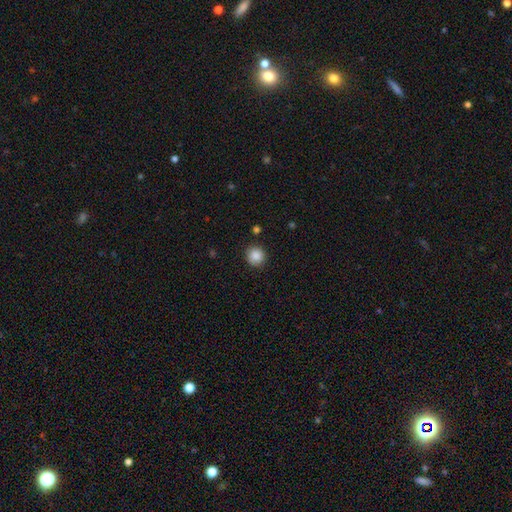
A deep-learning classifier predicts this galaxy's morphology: Smooth or featured? smooth (88%)
How rounded? round (93%)
Merging? none (89%)